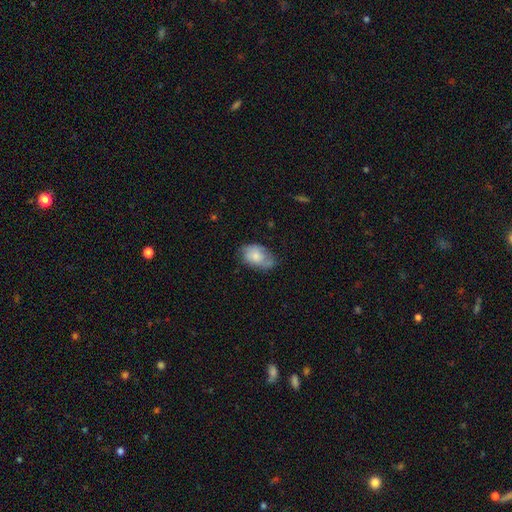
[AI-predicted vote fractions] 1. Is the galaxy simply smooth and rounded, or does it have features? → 67% smooth, 26% featured or disk, 7% star or artifact.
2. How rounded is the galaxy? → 89% in between, 10% round, 1% cigar-shaped.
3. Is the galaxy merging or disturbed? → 55% none, 33% minor disturbance, 9% major disturbance, 3% merger.